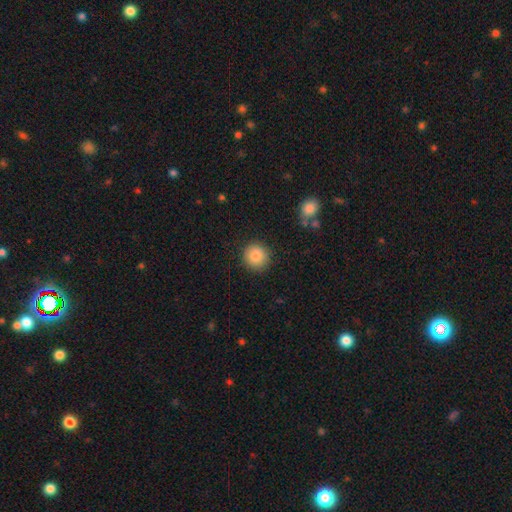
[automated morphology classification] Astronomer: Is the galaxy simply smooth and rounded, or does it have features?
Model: smooth — 86%.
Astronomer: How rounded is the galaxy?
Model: round — 93%.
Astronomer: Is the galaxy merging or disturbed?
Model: none — 90%.